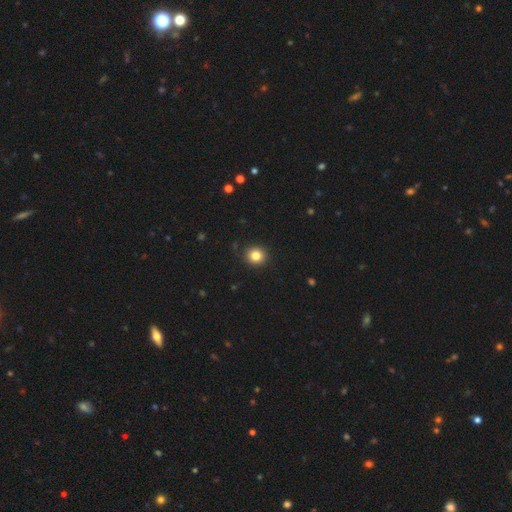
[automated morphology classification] Smooth or featured? Predicted: smooth (p=0.83). How rounded? Predicted: round (p=0.89). Merging? Predicted: none (p=0.91).